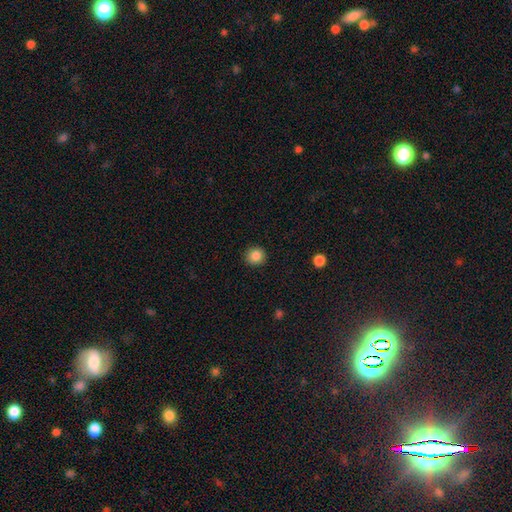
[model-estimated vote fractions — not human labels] Q: Smooth or featured?
A: smooth (86%); runner-up: star or artifact (10%)
Q: How rounded?
A: round (91%); runner-up: in between (8%)
Q: Merging?
A: none (91%); runner-up: minor disturbance (6%)